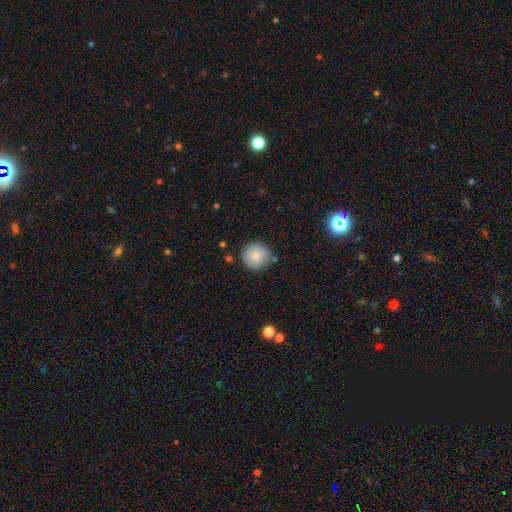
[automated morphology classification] Smooth or featured?
  - smooth: 85% *
  - star or artifact: 8%
  - featured or disk: 7%
How rounded?
  - round: 93% *
  - in between: 6%
  - cigar-shaped: 1%
Merging?
  - none: 78% *
  - minor disturbance: 15%
  - merger: 4%
  - major disturbance: 3%